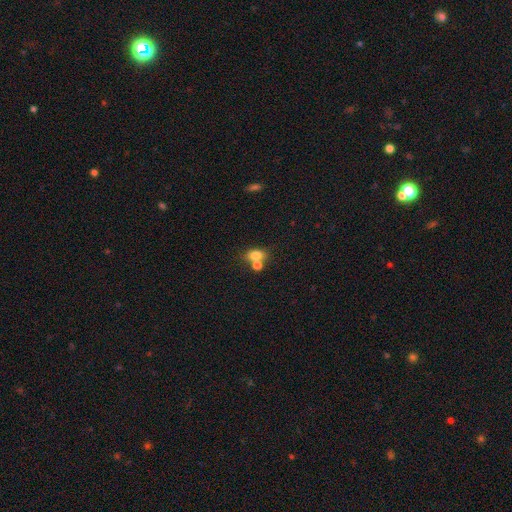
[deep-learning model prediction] This appears to be a smooth galaxy with no disk features (77%) that is in between round and cigar-shaped (72%). Merging: none (44%).